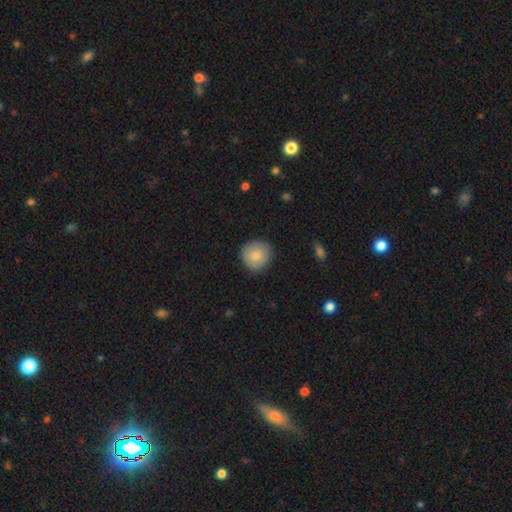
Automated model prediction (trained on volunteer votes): This is clearly a smooth galaxy (80%). How rounded: clearly round (93%). Merging: clearly none (85%).